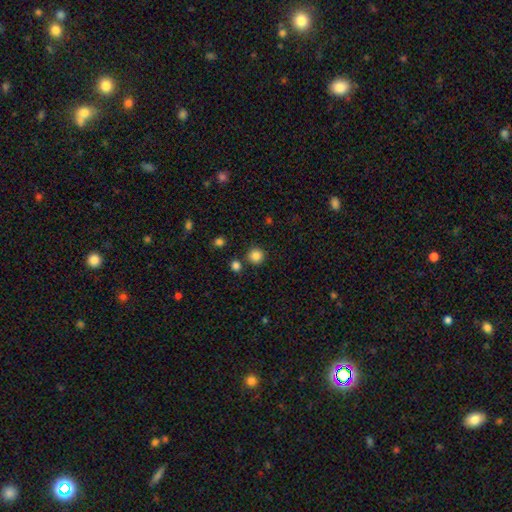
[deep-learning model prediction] Q: Smooth or featured?
A: smooth (85%); runner-up: star or artifact (12%)
Q: How rounded?
A: round (94%); runner-up: in between (5%)
Q: Merging?
A: none (85%); runner-up: merger (7%)